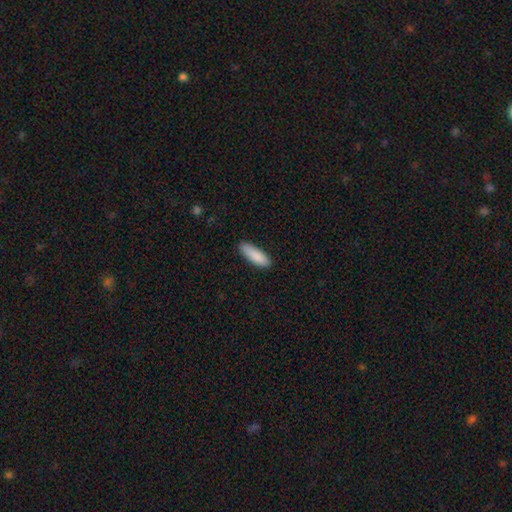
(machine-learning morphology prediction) smooth-or-featured: smooth: 89% | featured or disk: 6% | star or artifact: 6%
  how-rounded: in between: 52% | cigar-shaped: 46% | round: 2%
  merging: none: 86% | minor disturbance: 11% | major disturbance: 2% | merger: 1%